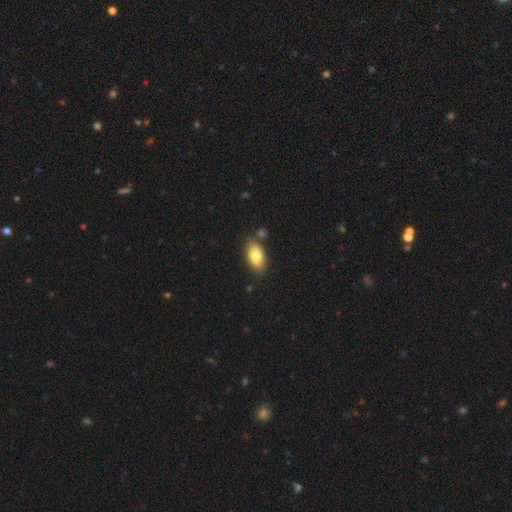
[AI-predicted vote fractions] Q: Smooth or featured?
A: smooth (79%); runner-up: featured or disk (14%)
Q: How rounded?
A: in between (92%); runner-up: round (5%)
Q: Merging?
A: none (79%); runner-up: minor disturbance (12%)